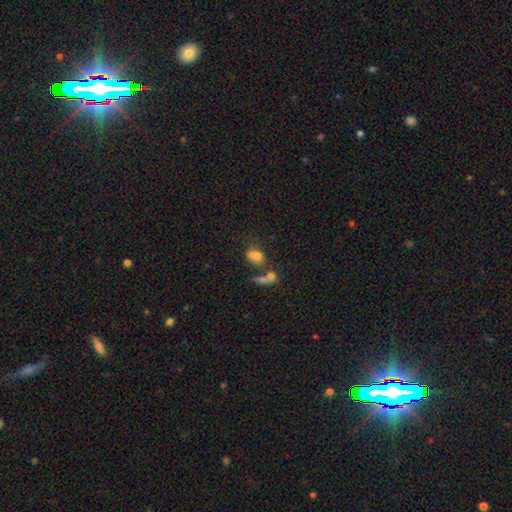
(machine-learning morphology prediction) Smooth or featured? Predicted: smooth (p=0.66). How rounded? Predicted: in between (p=0.74). Merging? Predicted: merger (p=0.45).